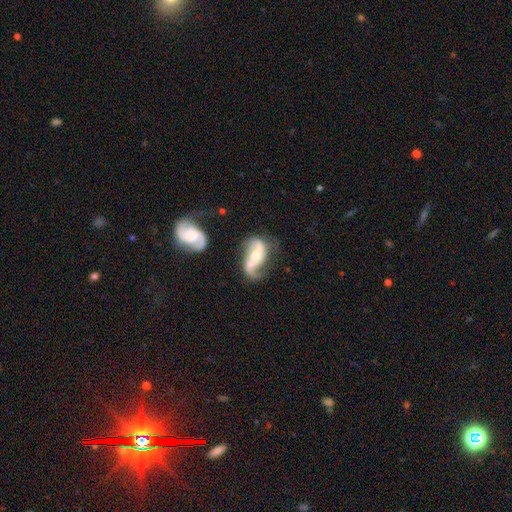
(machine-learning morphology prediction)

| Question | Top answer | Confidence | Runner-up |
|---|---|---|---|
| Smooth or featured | featured or disk | 82% | smooth (12%) |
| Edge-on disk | no | 96% | yes (4%) |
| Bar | no | 44% | weak (36%) |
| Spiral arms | yes | 93% | no (7%) |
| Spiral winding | loose | 55% | medium (34%) |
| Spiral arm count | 2 | 81% | 1 (8%) |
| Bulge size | moderate | 58% | small (31%) |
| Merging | none | 41% | major disturbance (23%) |